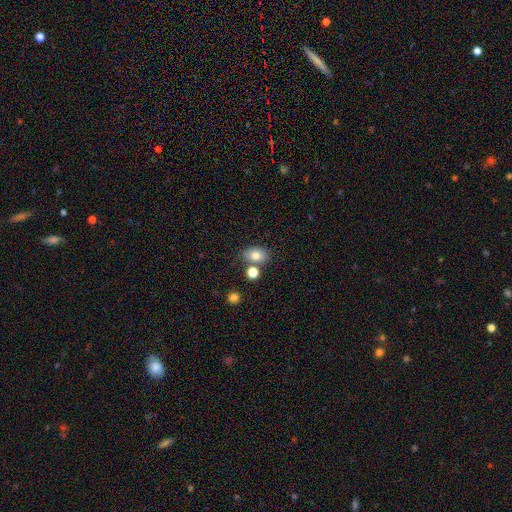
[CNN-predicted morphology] Overall: smooth (79%). How rounded: in between (77%). Merging: none (66%).